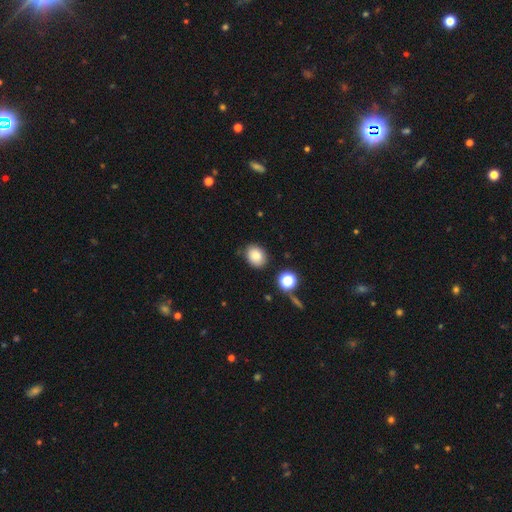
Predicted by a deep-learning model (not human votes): This is clearly a smooth galaxy (83%). How rounded: possibly in between (56%). Merging: clearly none (81%).